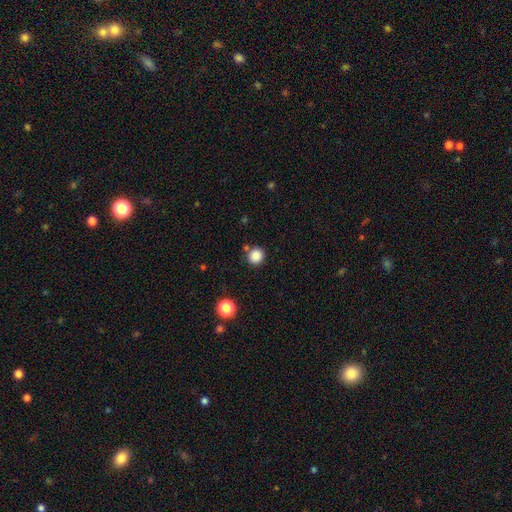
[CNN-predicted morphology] Smooth or featured: smooth — 86% (star or artifact — 11%)
How rounded: round — 90% (in between — 9%)
Merging: none — 83% (minor disturbance — 8%)